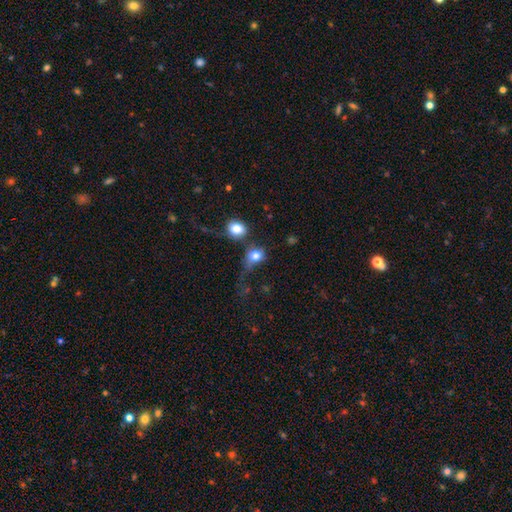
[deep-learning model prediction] Smooth or featured?
  - smooth: 76% *
  - featured or disk: 13%
  - star or artifact: 12%
How rounded?
  - round: 64% *
  - in between: 34%
  - cigar-shaped: 2%
Merging?
  - none: 31% *
  - merger: 27%
  - major disturbance: 25%
  - minor disturbance: 17%